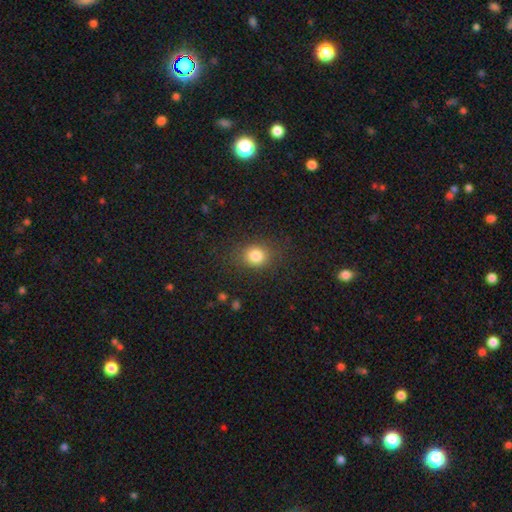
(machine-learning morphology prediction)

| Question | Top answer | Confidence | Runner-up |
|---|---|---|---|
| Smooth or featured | smooth | 83% | star or artifact (11%) |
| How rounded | round | 68% | in between (31%) |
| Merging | none | 82% | minor disturbance (11%) |